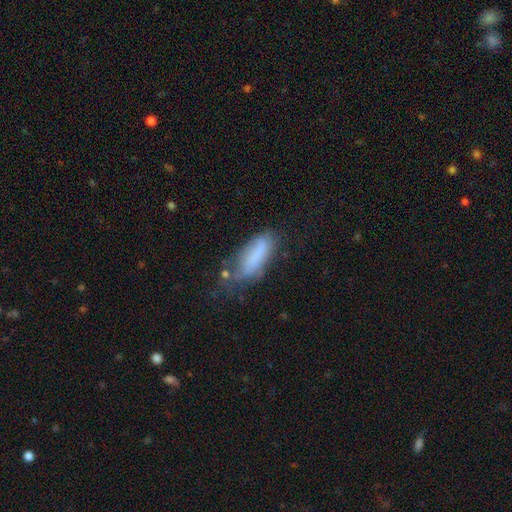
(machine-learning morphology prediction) This is likely a smooth galaxy (71%). How rounded: likely in between (64%). Merging: marginally none (37%).